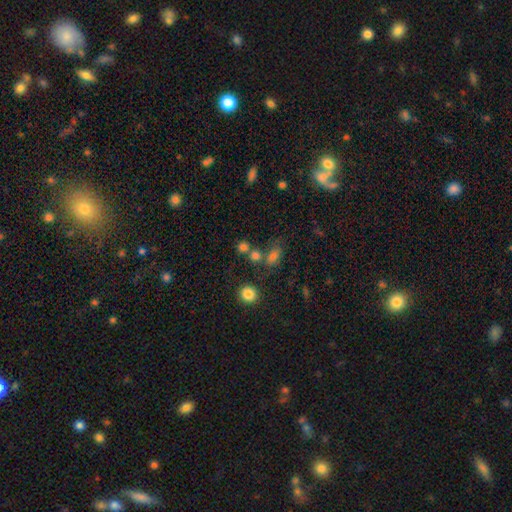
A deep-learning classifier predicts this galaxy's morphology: The model was most divided on "how rounded": round: 57%, in between: 40%, cigar-shaped: 3%. More confident: smooth or featured — smooth (71%); merging — none (58%).